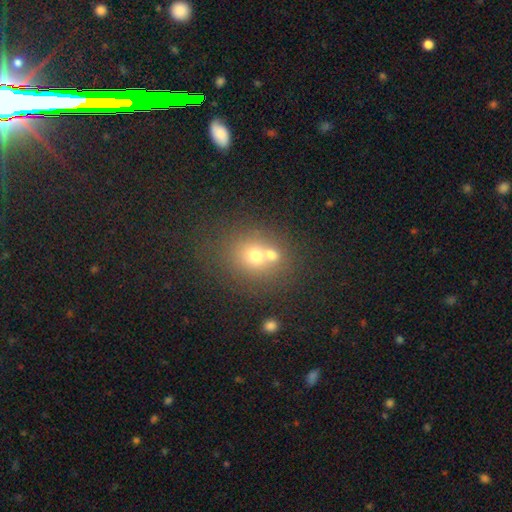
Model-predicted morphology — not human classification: Q: Smooth or featured?
A: smooth (65%); runner-up: featured or disk (19%)
Q: How rounded?
A: round (74%); runner-up: in between (26%)
Q: Merging?
A: none (45%); runner-up: merger (43%)